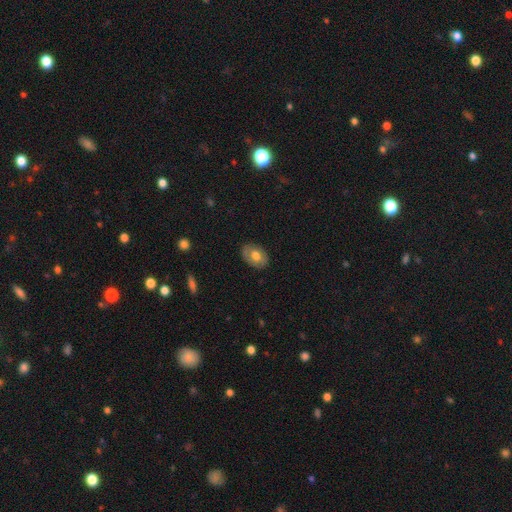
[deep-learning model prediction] smooth 63%, featured or disk 31%, star or artifact 7%. Down the decision tree: how rounded — in between (78%); merging — none (83%).